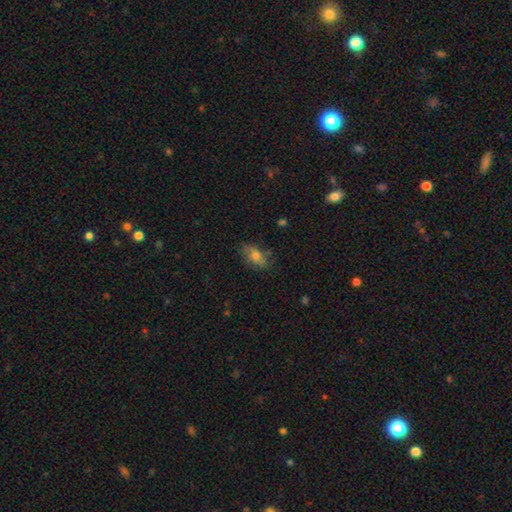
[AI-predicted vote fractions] Overall: smooth (65%). How rounded: in between (87%). Merging: none (72%).